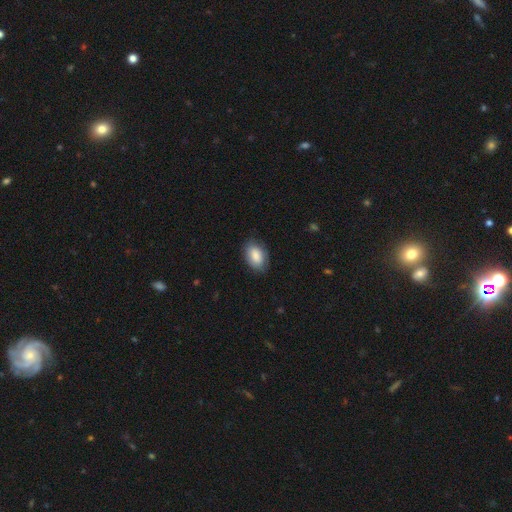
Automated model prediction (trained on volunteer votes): smooth_or_featured: smooth (p=0.85) [alt: featured or disk p=0.09]
how_rounded: in between (p=0.91) [alt: round p=0.08]
merging: none (p=0.82) [alt: minor disturbance p=0.14]